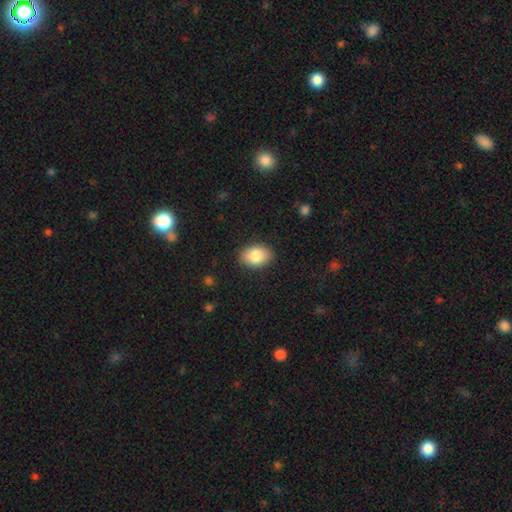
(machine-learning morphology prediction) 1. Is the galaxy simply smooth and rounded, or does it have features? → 85% smooth, 8% featured or disk, 7% star or artifact.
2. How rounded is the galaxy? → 80% in between, 19% round, 1% cigar-shaped.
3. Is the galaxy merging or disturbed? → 88% none, 8% minor disturbance, 2% major disturbance, 1% merger.